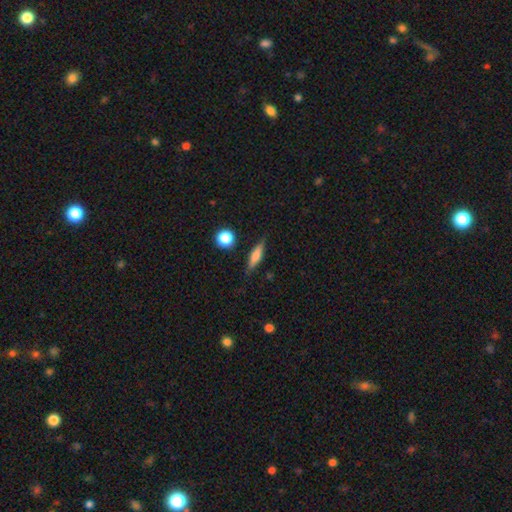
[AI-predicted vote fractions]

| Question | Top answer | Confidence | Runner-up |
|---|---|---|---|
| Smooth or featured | smooth | 55% | featured or disk (37%) |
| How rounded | cigar-shaped | 68% | in between (26%) |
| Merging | none | 84% | minor disturbance (12%) |